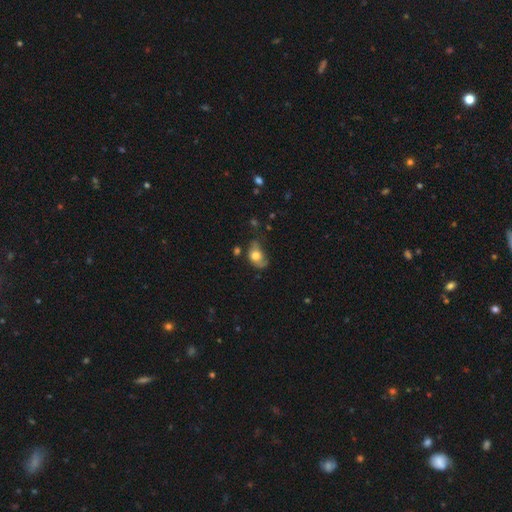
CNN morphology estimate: type=smooth (65%); roundness=in between (81%); merging=minor disturbance (37%).